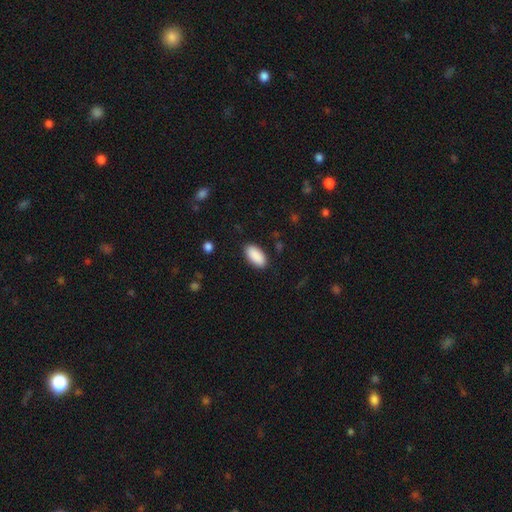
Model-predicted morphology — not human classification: smooth-or-featured: smooth: 91% | star or artifact: 6% | featured or disk: 3%
  how-rounded: in between: 93% | cigar-shaped: 4% | round: 2%
  merging: none: 88% | minor disturbance: 9% | major disturbance: 2% | merger: 1%